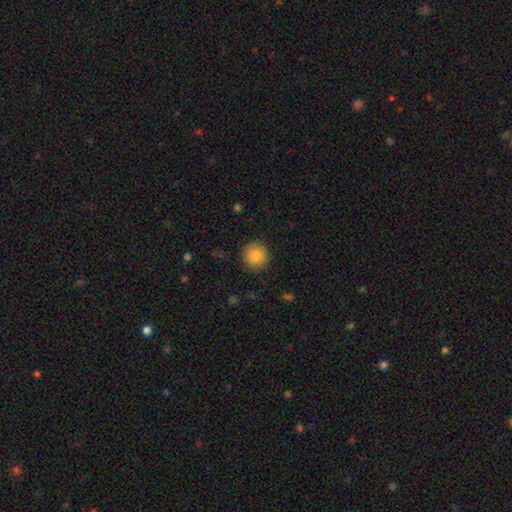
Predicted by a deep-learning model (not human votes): Smooth or featured?
  - smooth: 85% *
  - star or artifact: 8%
  - featured or disk: 7%
How rounded?
  - round: 93% *
  - in between: 6%
  - cigar-shaped: 1%
Merging?
  - none: 90% *
  - minor disturbance: 7%
  - major disturbance: 2%
  - merger: 1%